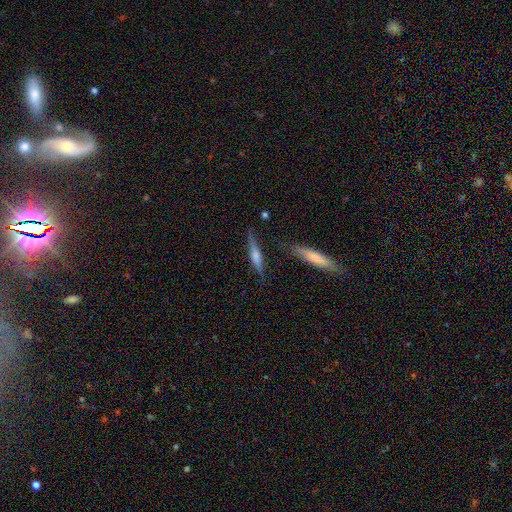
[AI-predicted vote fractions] Smooth or featured: featured or disk — 49% (smooth — 44%)
Merging: none — 76% (minor disturbance — 15%)